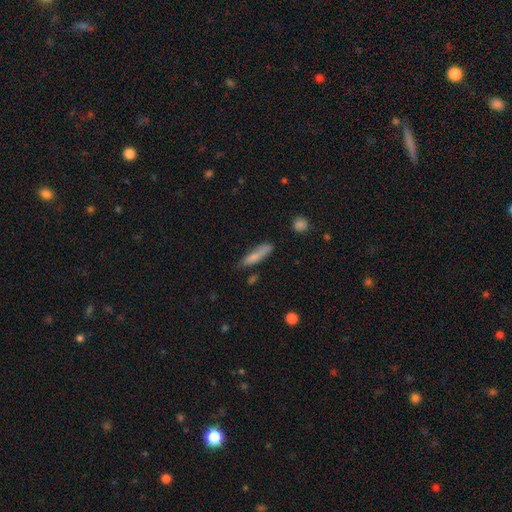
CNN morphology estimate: Overall: smooth (76%). How rounded: cigar-shaped (75%). Merging: none (68%).